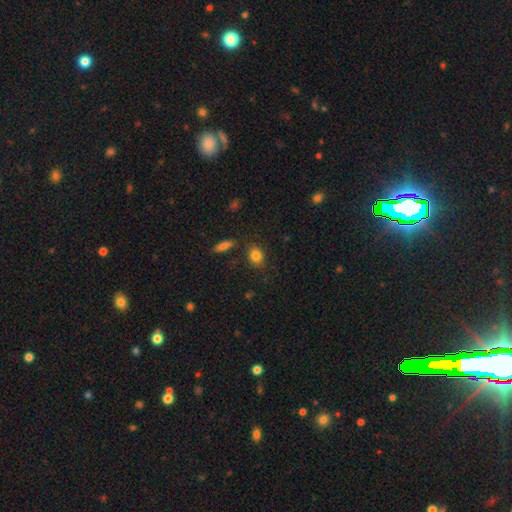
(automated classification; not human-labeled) Smooth or featured?
  - smooth: 84% *
  - star or artifact: 9%
  - featured or disk: 7%
How rounded?
  - in between: 60% *
  - round: 38%
  - cigar-shaped: 2%
Merging?
  - none: 83% *
  - minor disturbance: 11%
  - merger: 3%
  - major disturbance: 3%